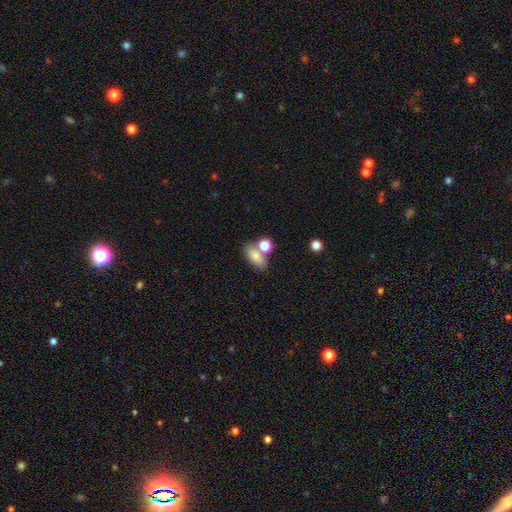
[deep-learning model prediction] smooth-or-featured: smooth: 80% | featured or disk: 11% | star or artifact: 9%
  how-rounded: in between: 82% | round: 12% | cigar-shaped: 6%
  merging: none: 52% | merger: 30% | minor disturbance: 12% | major disturbance: 5%